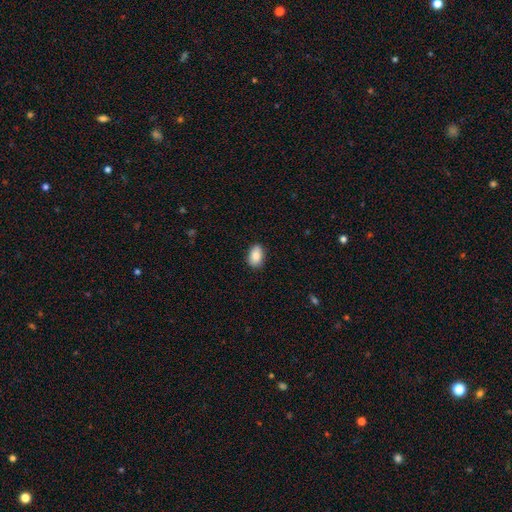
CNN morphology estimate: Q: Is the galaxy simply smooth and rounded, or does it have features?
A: smooth — 87%.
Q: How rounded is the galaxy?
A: in between — 89%.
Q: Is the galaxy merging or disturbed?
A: none — 86%.